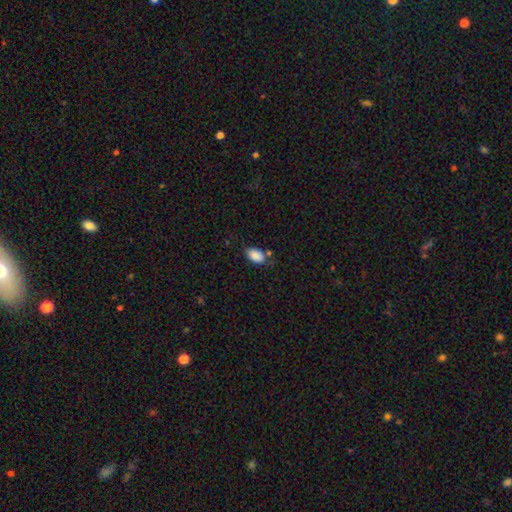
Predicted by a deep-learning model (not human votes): Q: Smooth or featured?
A: smooth (86%); runner-up: star or artifact (8%)
Q: How rounded?
A: in between (93%); runner-up: round (5%)
Q: Merging?
A: none (67%); runner-up: minor disturbance (20%)